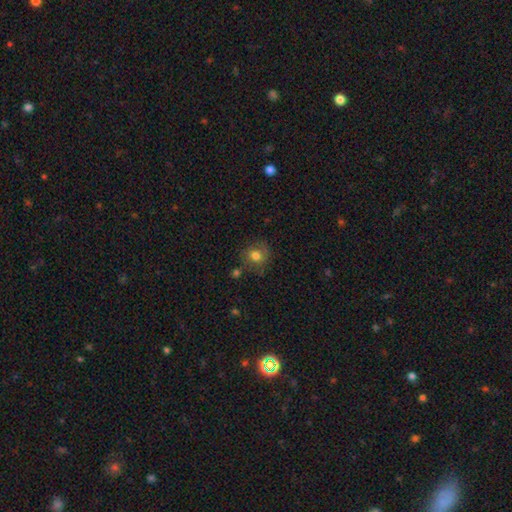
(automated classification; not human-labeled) A smooth galaxy with no disk features (77%) that is round (80%).

Vote fractions:
- Smooth or featured? smooth: 77% / featured or disk: 12% / star or artifact: 12%
- How rounded? round: 80% / in between: 19% / cigar-shaped: 1%
- Merging? none: 71% / minor disturbance: 18% / major disturbance: 6% / merger: 5%